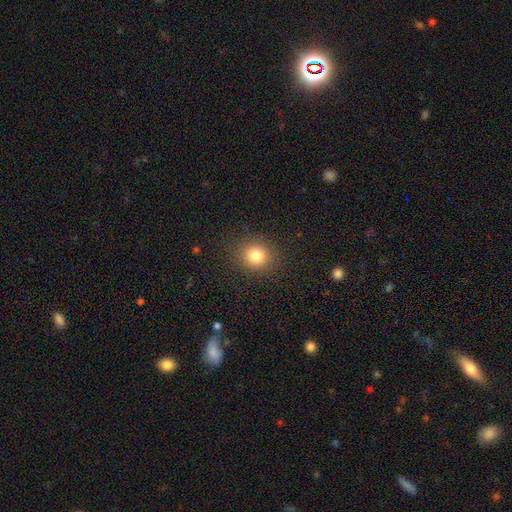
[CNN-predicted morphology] smooth-or-featured: smooth: 81% | star or artifact: 12% | featured or disk: 6%
  how-rounded: round: 86% | in between: 13% | cigar-shaped: 1%
  merging: none: 88% | minor disturbance: 7% | major disturbance: 3% | merger: 1%